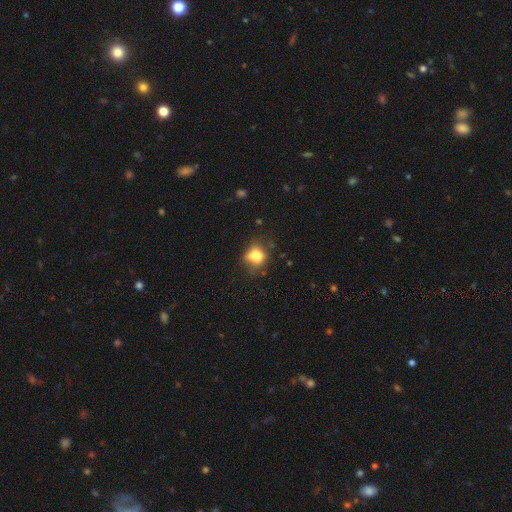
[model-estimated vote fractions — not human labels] smooth_or_featured: smooth (p=0.73) [alt: featured or disk p=0.15]
how_rounded: in between (p=0.50) [alt: round p=0.48]
merging: none (p=0.57) [alt: minor disturbance p=0.28]